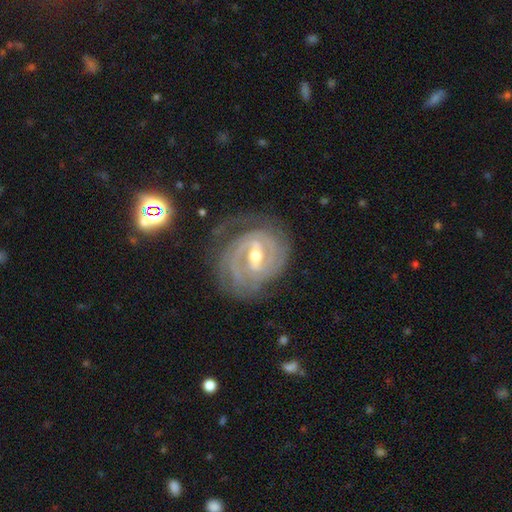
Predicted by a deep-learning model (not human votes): This appears to be a featured or disk galaxy (90%) with a weak bar (46%), 2 (44%) tight (69%) spiral arms (96%) and a moderate central bulge (58%). Merging: none (65%).